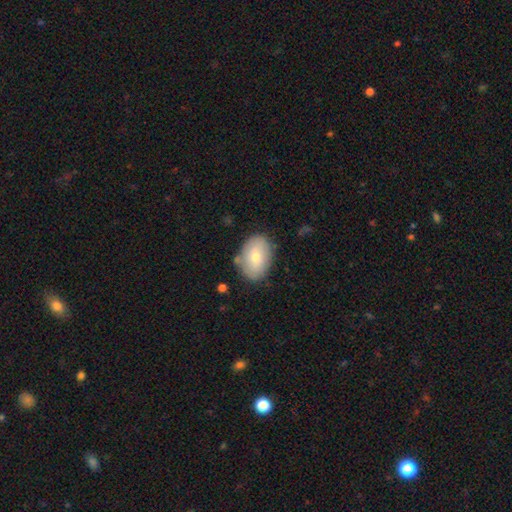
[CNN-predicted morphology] smooth_or_featured: smooth (p=0.69) [alt: featured or disk p=0.24]
how_rounded: in between (p=0.84) [alt: round p=0.15]
merging: none (p=0.78) [alt: minor disturbance p=0.16]